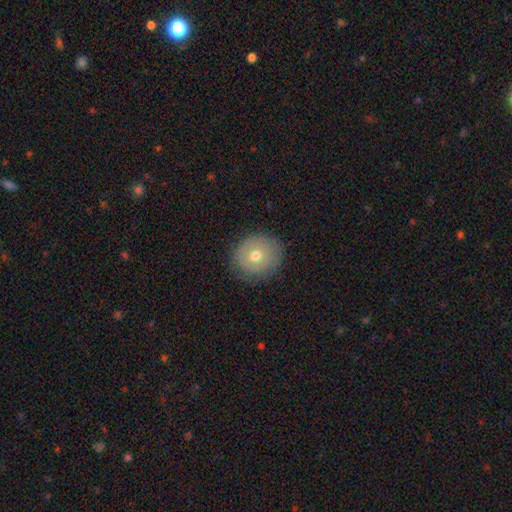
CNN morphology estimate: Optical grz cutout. It shows a smooth galaxy with no disk features (60%) that is round (81%). Merging: none (81%).